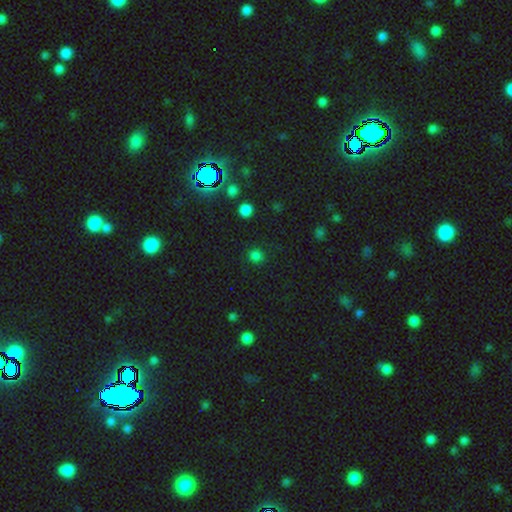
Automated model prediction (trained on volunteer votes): Smooth or featured: smooth — 75% (star or artifact — 21%)
How rounded: round — 85% (in between — 14%)
Merging: none — 86% (minor disturbance — 9%)